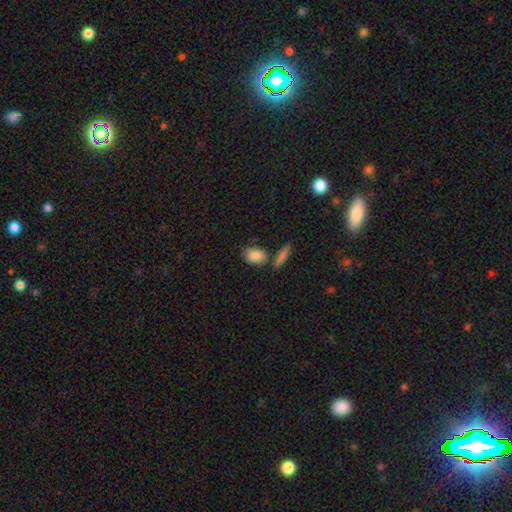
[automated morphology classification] Smooth or featured? Predicted: smooth (p=0.86). How rounded? Predicted: in between (p=0.83). Merging? Predicted: none (p=0.65).